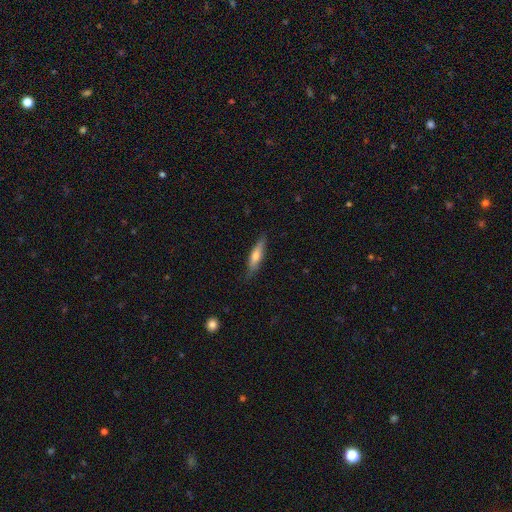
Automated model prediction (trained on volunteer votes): smooth-or-featured: smooth: 61% | featured or disk: 34% | star or artifact: 6%
  how-rounded: cigar-shaped: 73% | in between: 25% | round: 2%
  merging: none: 81% | minor disturbance: 15% | major disturbance: 3% | merger: 1%